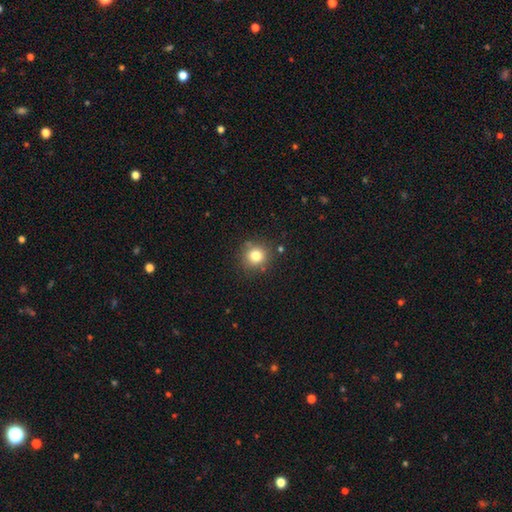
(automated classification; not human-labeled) Overall: smooth (80%). How rounded: round (90%). Merging: none (84%).